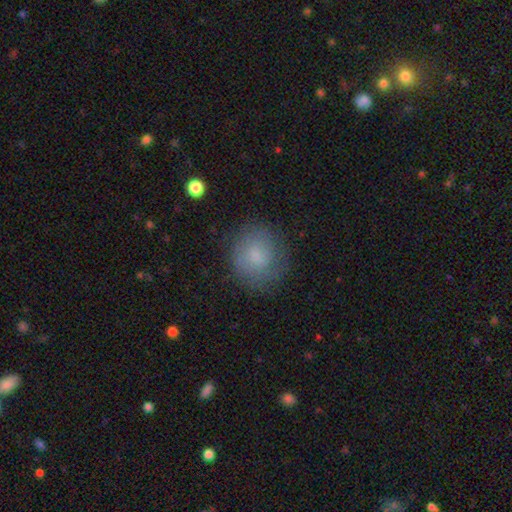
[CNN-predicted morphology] smooth 73%, featured or disk 18%, star or artifact 9%. Down the decision tree: how rounded — round (79%); merging — none (75%).